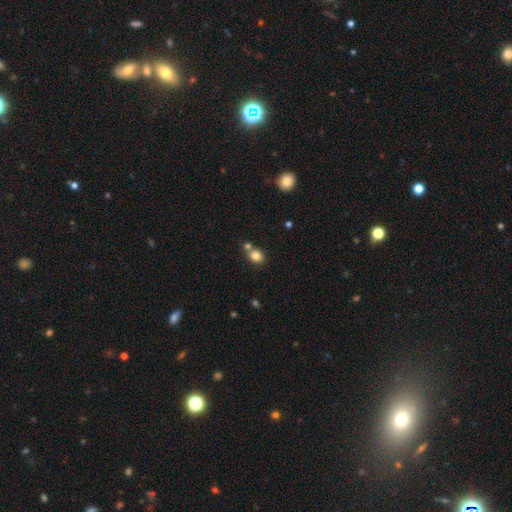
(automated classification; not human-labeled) The model was most divided on "how rounded": round: 60%, in between: 39%, cigar-shaped: 1%. More confident: smooth or featured — smooth (81%); merging — none (59%).